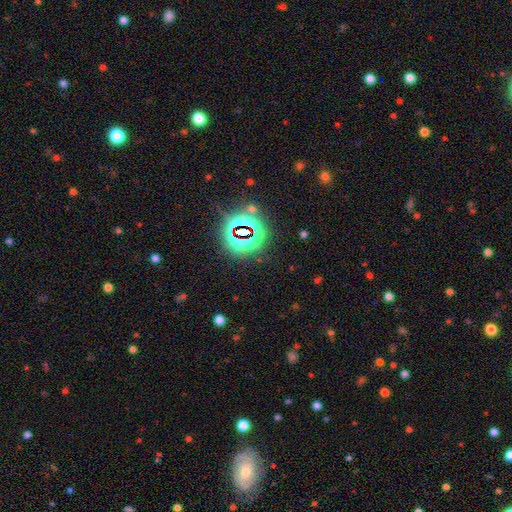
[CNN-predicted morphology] Overall: star or artifact (83%).